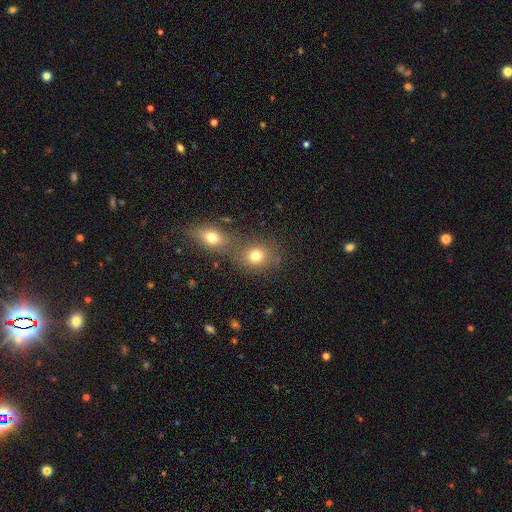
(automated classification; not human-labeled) The model was most divided on "merging": none: 52%, merger: 36%, minor disturbance: 8%, major disturbance: 4%. More confident: smooth or featured — smooth (76%); how rounded — round (69%).